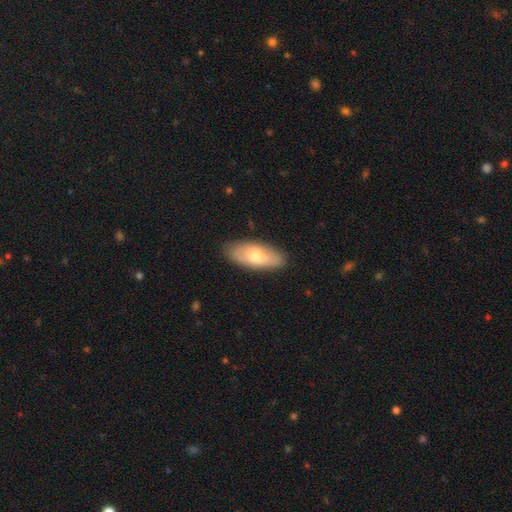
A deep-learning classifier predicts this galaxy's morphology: smooth-or-featured: smooth: 65% | featured or disk: 30% | star or artifact: 5%
  how-rounded: in between: 84% | cigar-shaped: 13% | round: 3%
  merging: none: 86% | minor disturbance: 11% | major disturbance: 2% | merger: 1%